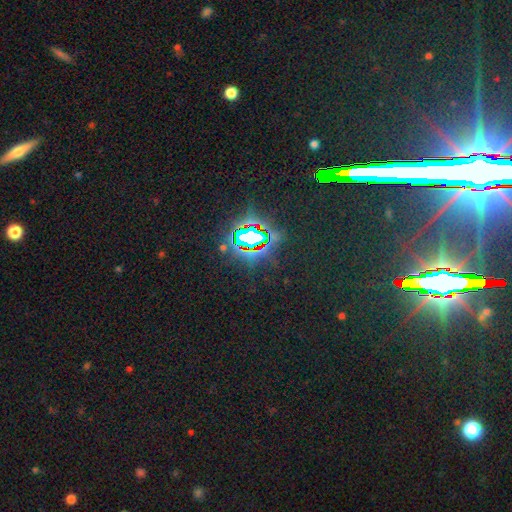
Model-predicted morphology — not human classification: Q: Smooth or featured?
A: star or artifact (81%); runner-up: featured or disk (10%)